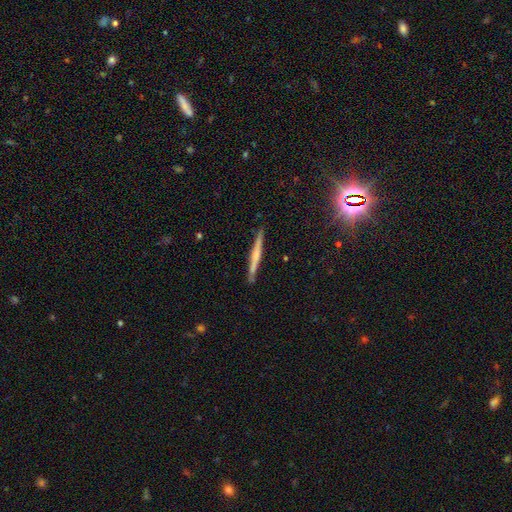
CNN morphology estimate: featured or disk 55%, smooth 37%, star or artifact 8%. Down the decision tree: edge-on disk — yes (97%); edge-on bulge — none (48%); merging — none (89%).